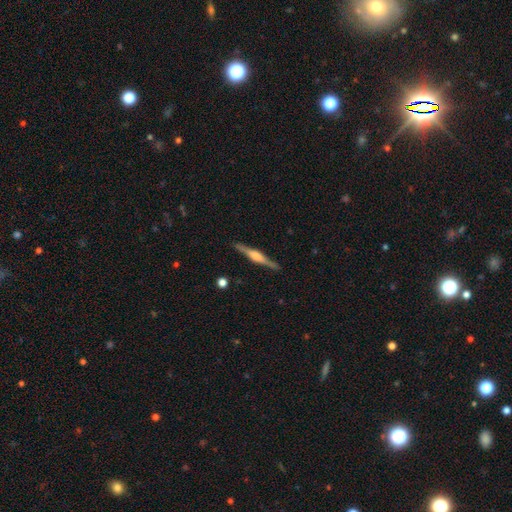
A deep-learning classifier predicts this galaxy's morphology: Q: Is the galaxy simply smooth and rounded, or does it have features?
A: featured or disk — 80%.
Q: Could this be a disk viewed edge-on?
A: yes — 98%.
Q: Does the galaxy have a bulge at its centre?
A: rounded — 67%.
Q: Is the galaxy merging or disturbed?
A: none — 91%.